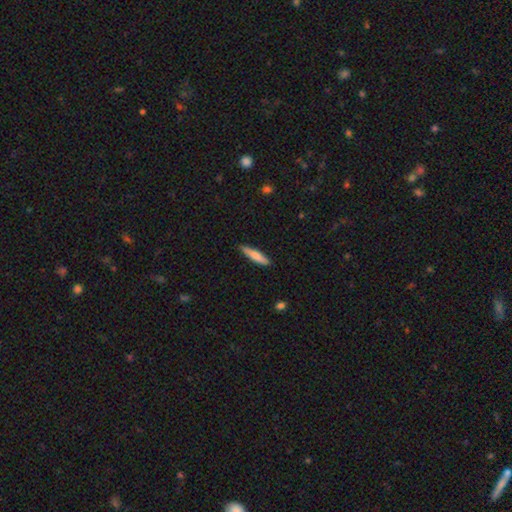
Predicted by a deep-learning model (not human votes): Overall: smooth (77%). How rounded: cigar-shaped (85%). Merging: none (85%).